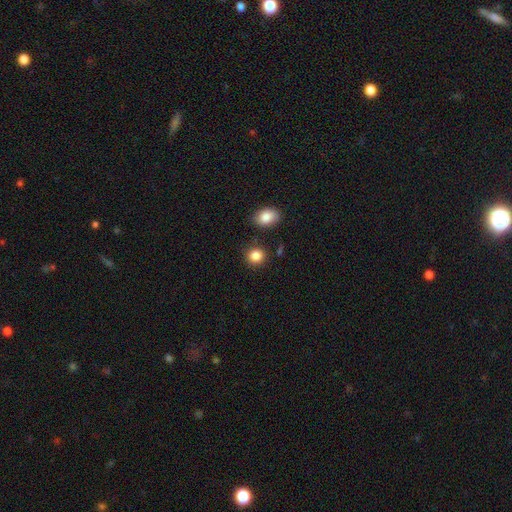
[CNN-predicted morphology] Smooth or featured?
  - smooth: 86% *
  - star or artifact: 10%
  - featured or disk: 4%
How rounded?
  - round: 78% *
  - in between: 21%
  - cigar-shaped: 1%
Merging?
  - none: 85% *
  - minor disturbance: 8%
  - merger: 4%
  - major disturbance: 3%